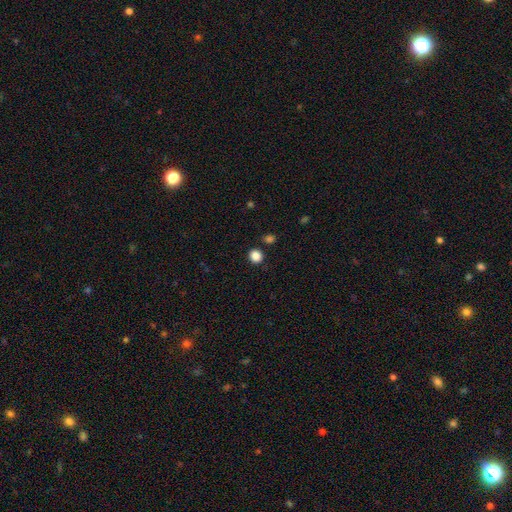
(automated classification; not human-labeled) Q: Smooth or featured?
A: smooth (86%); runner-up: star or artifact (11%)
Q: How rounded?
A: round (80%); runner-up: in between (19%)
Q: Merging?
A: none (88%); runner-up: minor disturbance (7%)